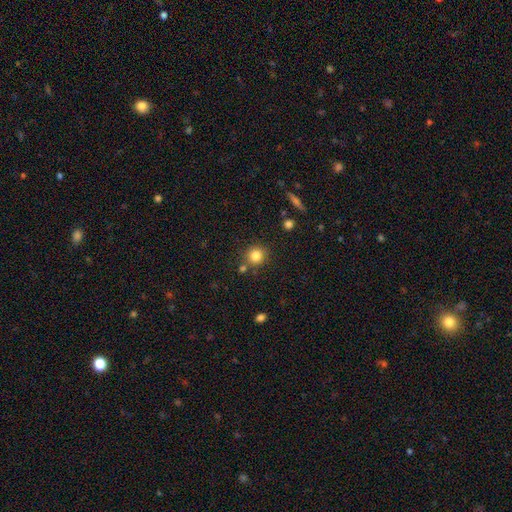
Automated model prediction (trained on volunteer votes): smooth_or_featured: smooth (p=0.83) [alt: star or artifact p=0.11]
how_rounded: round (p=0.90) [alt: in between p=0.09]
merging: none (p=0.79) [alt: merger p=0.09]